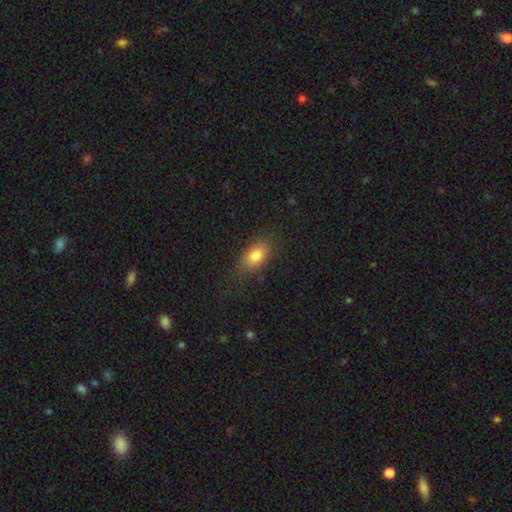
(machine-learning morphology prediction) smooth-or-featured: smooth: 82% | featured or disk: 10% | star or artifact: 8%
  how-rounded: in between: 88% | round: 7% | cigar-shaped: 4%
  merging: none: 79% | minor disturbance: 14% | major disturbance: 6% | merger: 1%